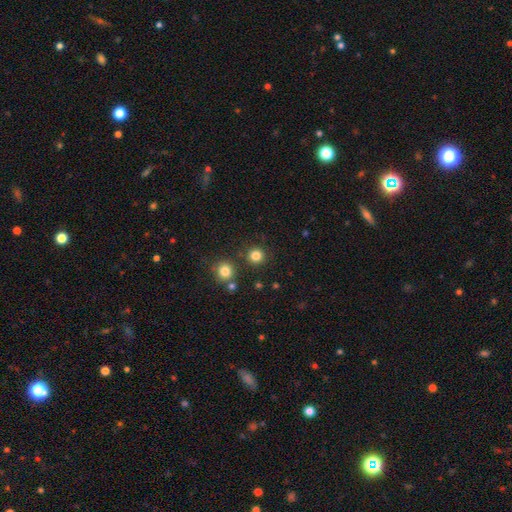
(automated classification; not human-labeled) A smooth galaxy with no disk features (82%) that is round (94%).

Vote fractions:
- Smooth or featured? smooth: 82% / star or artifact: 14% / featured or disk: 5%
- How rounded? round: 94% / in between: 5% / cigar-shaped: 1%
- Merging? none: 87% / minor disturbance: 6% / merger: 5% / major disturbance: 3%